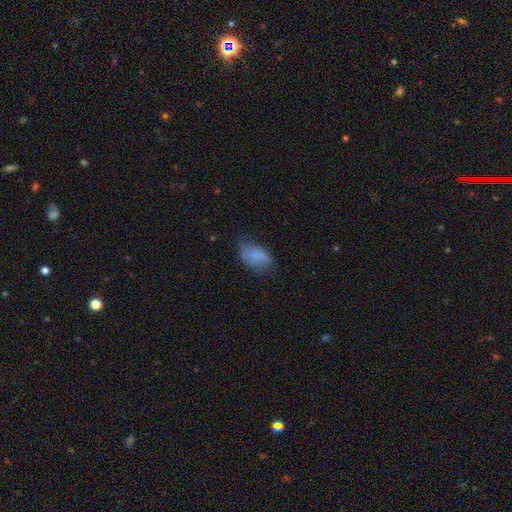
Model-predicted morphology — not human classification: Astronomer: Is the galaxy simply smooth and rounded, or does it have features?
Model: smooth — 78%.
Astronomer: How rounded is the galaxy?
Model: in between — 90%.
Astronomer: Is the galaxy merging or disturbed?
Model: none — 56% (runner-up: minor disturbance, 32%).